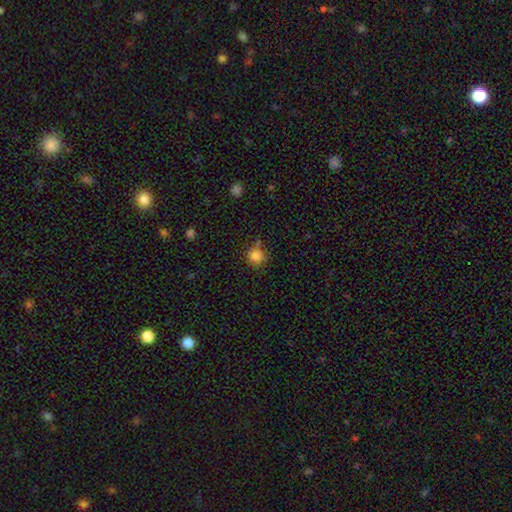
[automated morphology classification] A smooth galaxy with no disk features (82%) that is round (89%).

Vote fractions:
- Smooth or featured? smooth: 82% / star or artifact: 12% / featured or disk: 6%
- How rounded? round: 89% / in between: 10% / cigar-shaped: 1%
- Merging? none: 68% / minor disturbance: 20% / merger: 8% / major disturbance: 5%